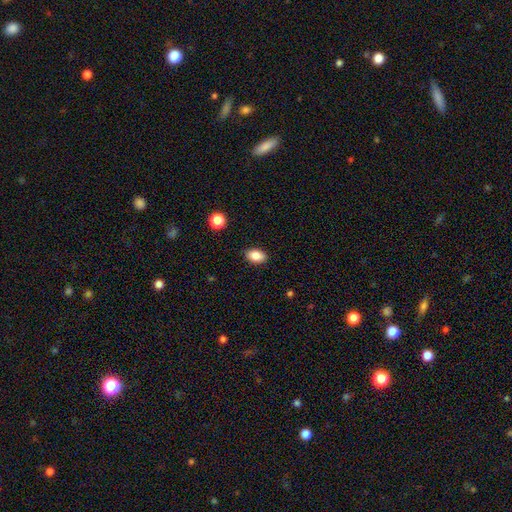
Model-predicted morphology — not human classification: Smooth or featured?
  - smooth: 85% *
  - star or artifact: 9%
  - featured or disk: 6%
How rounded?
  - in between: 88% *
  - round: 11%
  - cigar-shaped: 1%
Merging?
  - none: 88% *
  - minor disturbance: 9%
  - major disturbance: 2%
  - merger: 1%